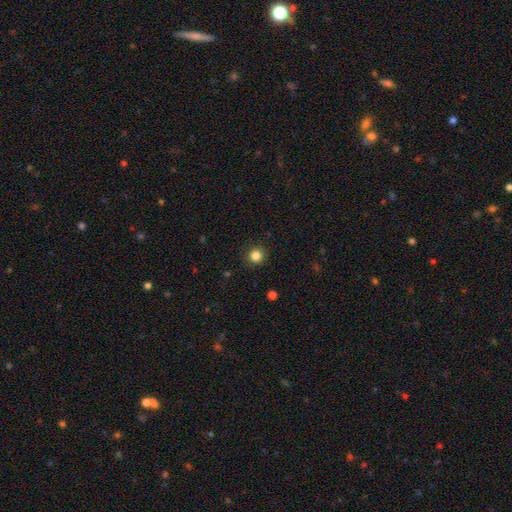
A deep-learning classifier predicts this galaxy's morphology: A smooth galaxy with no disk features (84%) that is round (93%). Merging: none (91%).